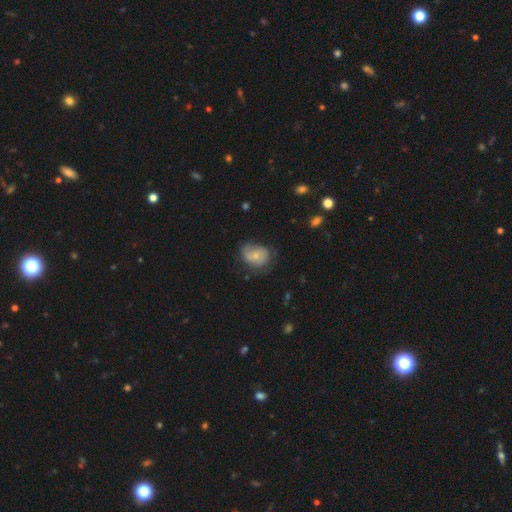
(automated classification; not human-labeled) smooth 48%, featured or disk 44%, star or artifact 8%. Down the decision tree: merging — none (54%).